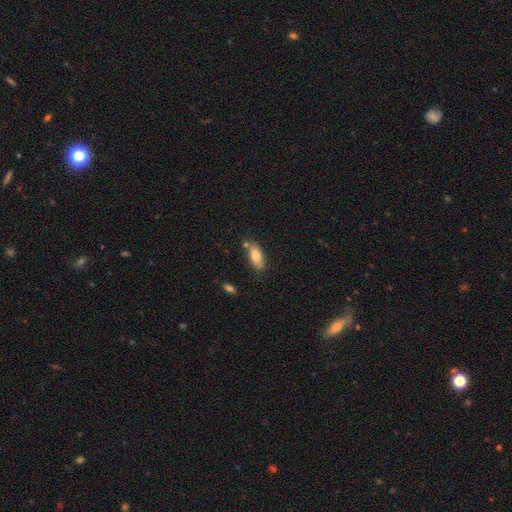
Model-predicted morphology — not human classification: A smooth galaxy with no disk features (81%) that is in between round and cigar-shaped (82%).

Vote fractions:
- Smooth or featured? smooth: 81% / featured or disk: 12% / star or artifact: 7%
- How rounded? in between: 82% / cigar-shaped: 16% / round: 2%
- Merging? none: 72% / minor disturbance: 17% / merger: 8% / major disturbance: 3%